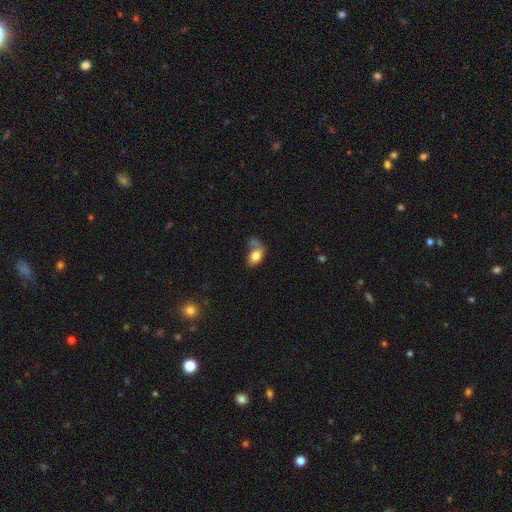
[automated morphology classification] This is likely a smooth galaxy (74%). How rounded: clearly in between (86%). Merging: marginally major disturbance (31%).